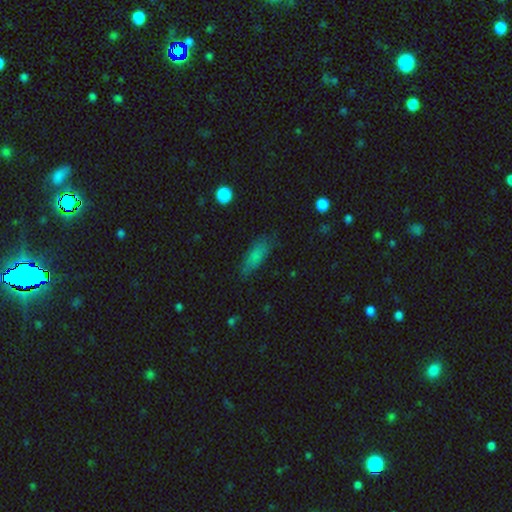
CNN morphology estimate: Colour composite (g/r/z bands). It shows a smooth galaxy with no disk features (79%) that is in between round and cigar-shaped (61%). Merging: none (73%).